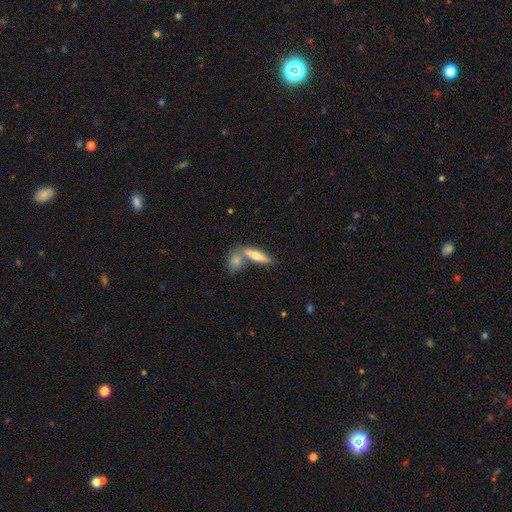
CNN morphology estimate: A smooth galaxy with no disk features (63%) that is cigar-shaped (65%). Merging: none (50%).